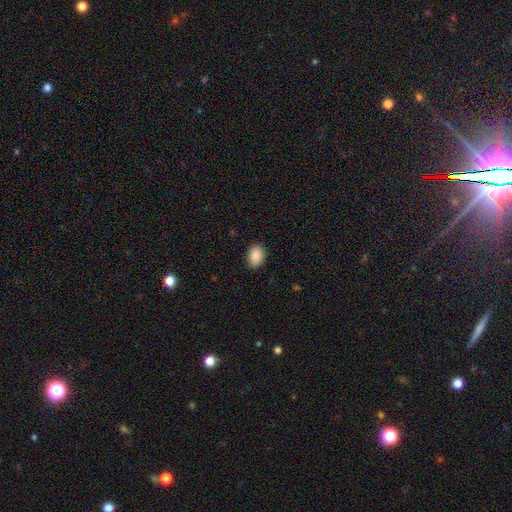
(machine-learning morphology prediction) A smooth galaxy with no disk features (88%) that is in between round and cigar-shaped (76%). Merging: none (89%).